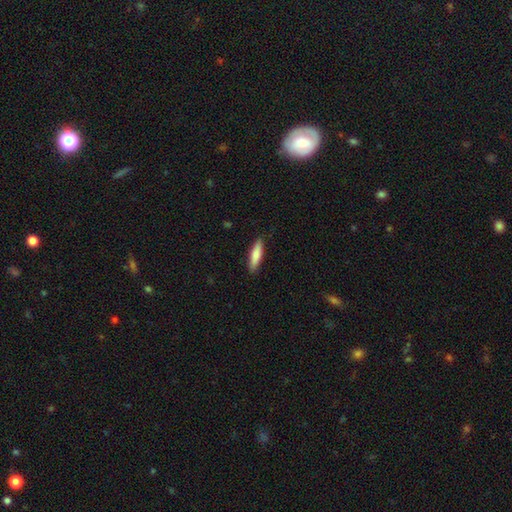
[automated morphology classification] smooth-or-featured: smooth: 78% | featured or disk: 16% | star or artifact: 5%
  how-rounded: cigar-shaped: 69% | in between: 29% | round: 2%
  merging: none: 88% | minor disturbance: 9% | major disturbance: 2% | merger: 1%